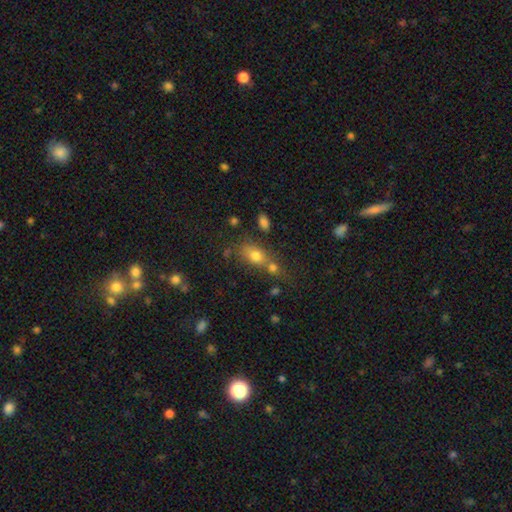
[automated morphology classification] A smooth galaxy with no disk features (72%) that is in between round and cigar-shaped (70%).

Vote fractions:
- Smooth or featured? smooth: 72% / featured or disk: 14% / star or artifact: 13%
- How rounded? in between: 70% / round: 24% / cigar-shaped: 6%
- Merging? merger: 41% / none: 39% / minor disturbance: 13% / major disturbance: 7%